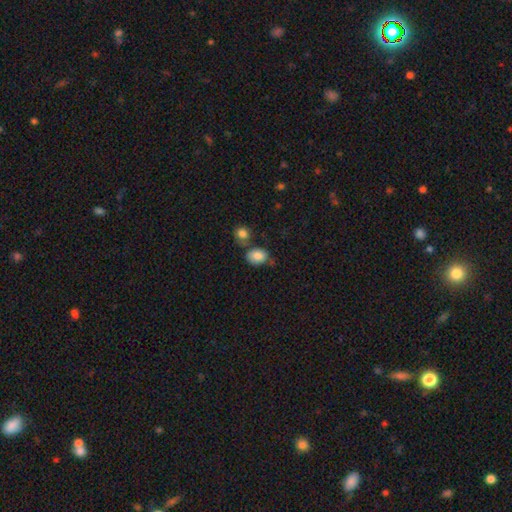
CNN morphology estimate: type=smooth (83%); roundness=in between (58%); merging=none (58%).